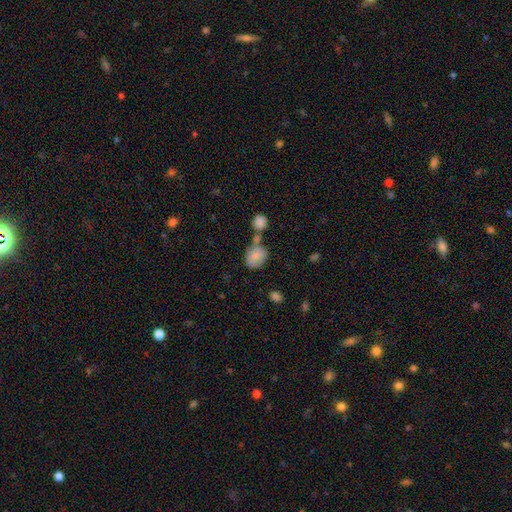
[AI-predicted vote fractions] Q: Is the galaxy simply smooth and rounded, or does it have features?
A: smooth — 84%.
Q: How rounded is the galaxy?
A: round — 52%.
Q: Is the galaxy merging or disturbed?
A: none — 43%.